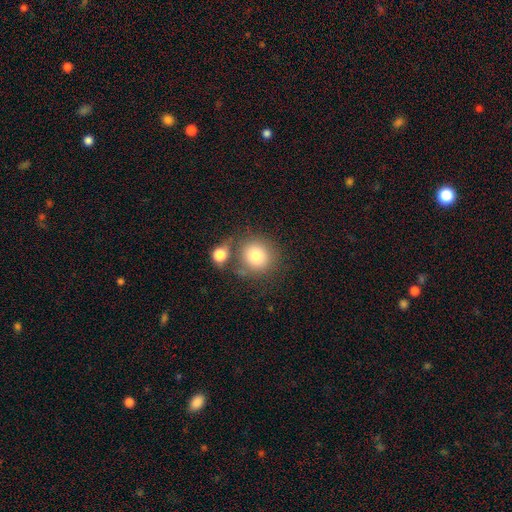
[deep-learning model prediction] The model was most divided on "merging": none: 59%, merger: 21%, minor disturbance: 13%, major disturbance: 7%. More confident: how rounded — round (89%); smooth or featured — smooth (79%).